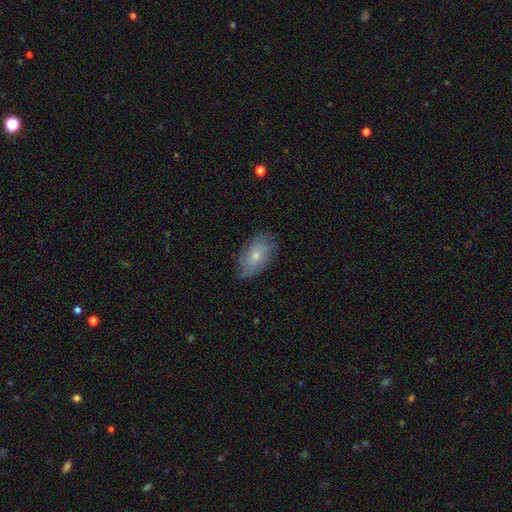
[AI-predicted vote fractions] smooth-or-featured: smooth: 64% | featured or disk: 29% | star or artifact: 8%
  how-rounded: in between: 91% | round: 6% | cigar-shaped: 3%
  merging: none: 73% | minor disturbance: 21% | major disturbance: 5% | merger: 1%